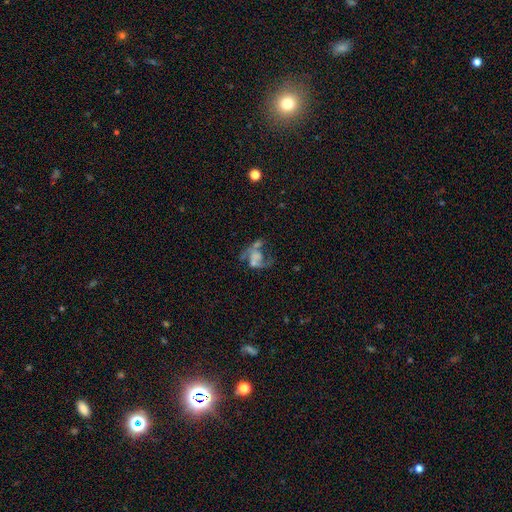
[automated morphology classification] This is possibly a featured or disk galaxy (58%). It is clearly not viewed edge-on (97%). Bar: likely no (78%). Spiral arm pattern: possibly no (51%). Central bulge: possibly none (51%). Merging: marginally major disturbance (35%).